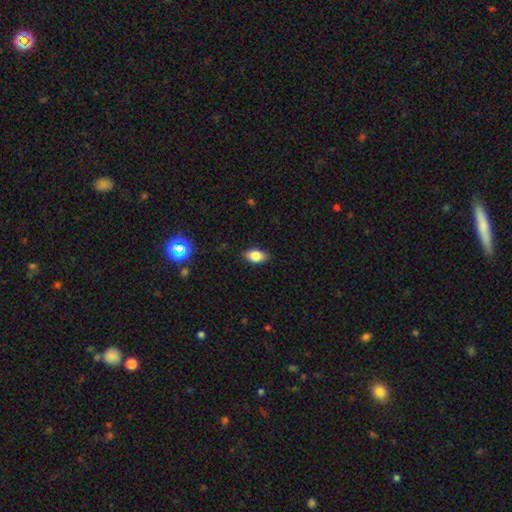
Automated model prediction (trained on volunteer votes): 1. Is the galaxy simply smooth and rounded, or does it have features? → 83% smooth, 9% star or artifact, 8% featured or disk.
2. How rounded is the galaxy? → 89% in between, 8% round, 3% cigar-shaped.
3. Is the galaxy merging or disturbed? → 85% none, 12% minor disturbance, 2% major disturbance, 1% merger.